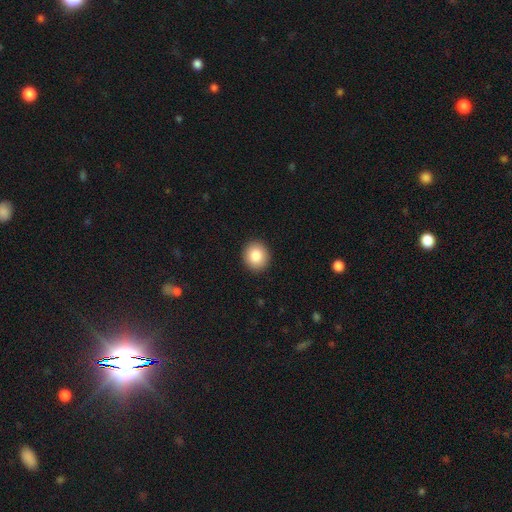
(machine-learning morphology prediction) smooth 85%, star or artifact 8%, featured or disk 6%. Down the decision tree: how rounded — round (83%); merging — none (92%).